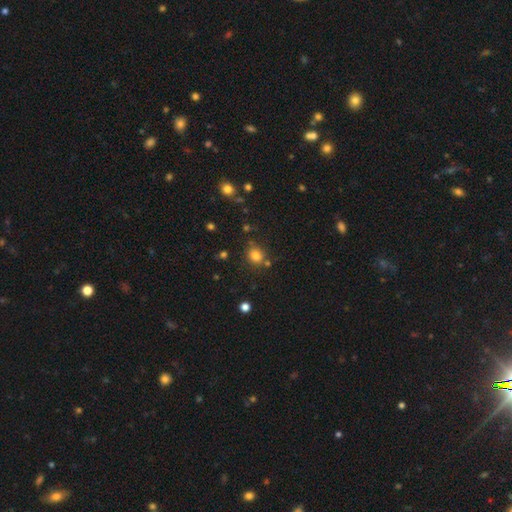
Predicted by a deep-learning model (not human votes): Smooth or featured? smooth (79%)
How rounded? round (75%)
Merging? none (76%)